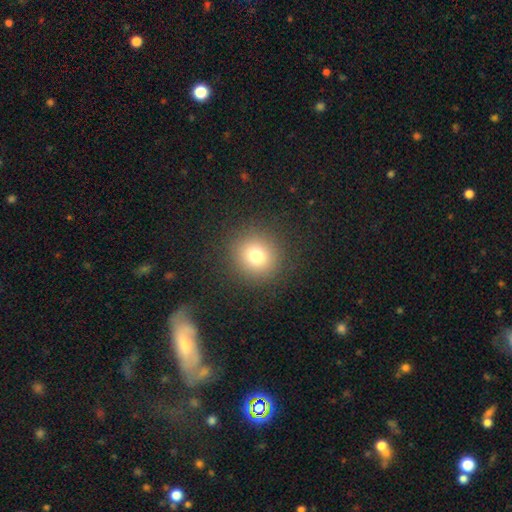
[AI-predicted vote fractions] The model was most divided on "smooth or featured": smooth: 76%, star or artifact: 15%, featured or disk: 9%. More confident: how rounded — round (93%); merging — none (90%).